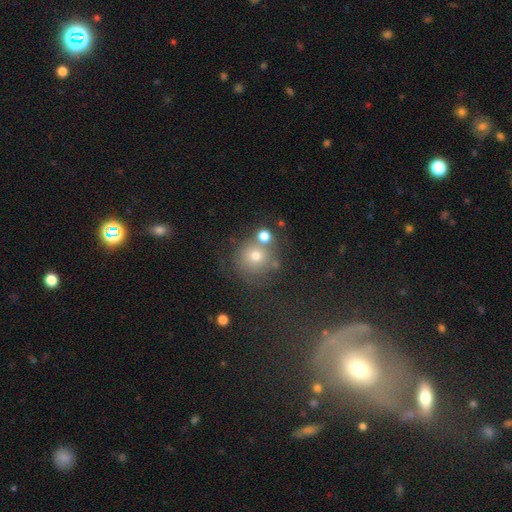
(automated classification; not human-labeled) A smooth galaxy with no disk features (67%) that is round (91%). Merging: none (58%).